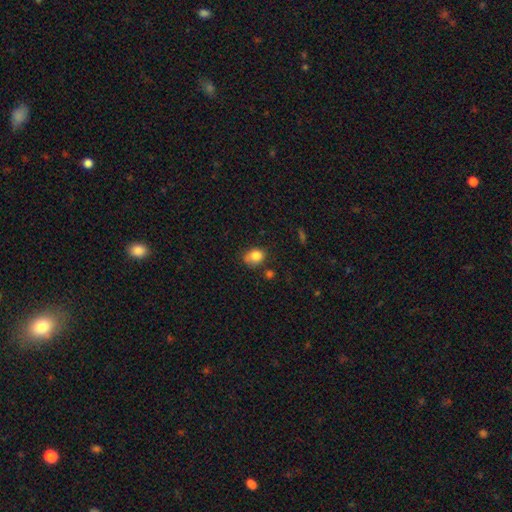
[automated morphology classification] Smooth or featured?
  - smooth: 83% *
  - star or artifact: 10%
  - featured or disk: 8%
How rounded?
  - in between: 51% *
  - round: 48%
  - cigar-shaped: 1%
Merging?
  - none: 53% *
  - minor disturbance: 32%
  - major disturbance: 9%
  - merger: 6%